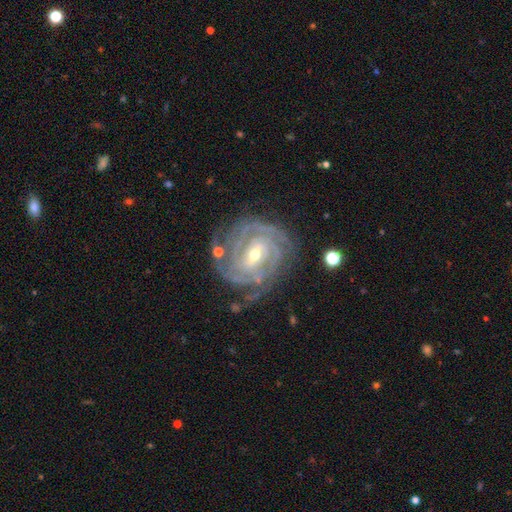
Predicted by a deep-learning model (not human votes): The model was most divided on "spiral arm count": 3: 30%, 4: 26%, 2: 15%, can't tell: 15%, more than 4: 8%, 1: 6%. Remaining: spiral arms — yes (98%); edge-on disk — no (97%); smooth or featured — featured or disk (92%); spiral winding — tight (82%); merging — none (76%); bulge size — small (51%); bar — weak (44%).